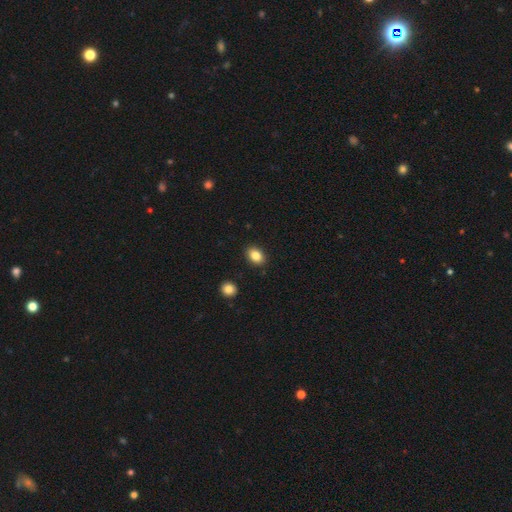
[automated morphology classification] smooth-or-featured: smooth: 85% | star or artifact: 8% | featured or disk: 6%
  how-rounded: in between: 76% | round: 22% | cigar-shaped: 1%
  merging: none: 89% | minor disturbance: 7% | major disturbance: 2% | merger: 2%